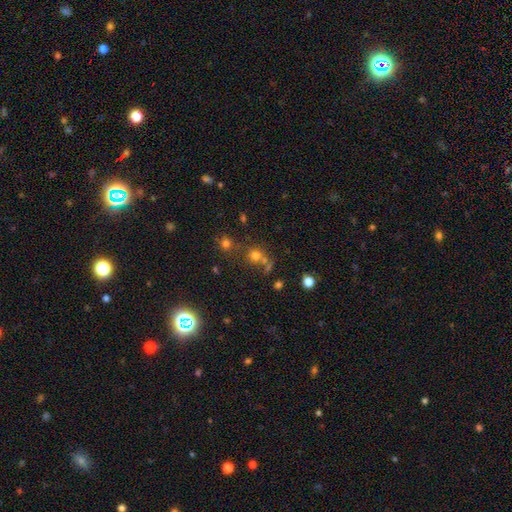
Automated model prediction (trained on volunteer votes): Smooth or featured? Predicted: smooth (p=0.65). How rounded? Predicted: round (p=0.84). Merging? Predicted: none (p=0.56).